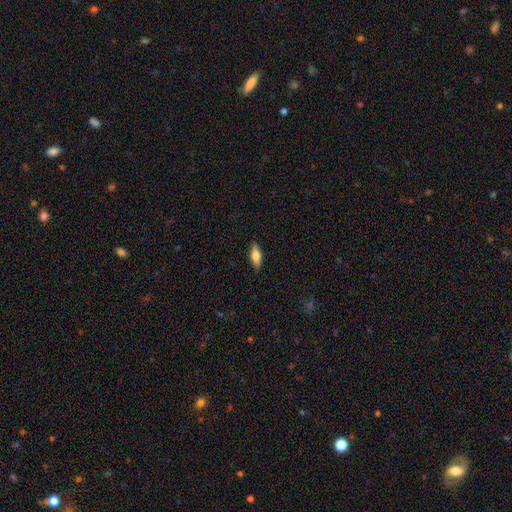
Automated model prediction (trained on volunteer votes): Smooth or featured? smooth (69%)
How rounded? in between (70%)
Merging? none (86%)